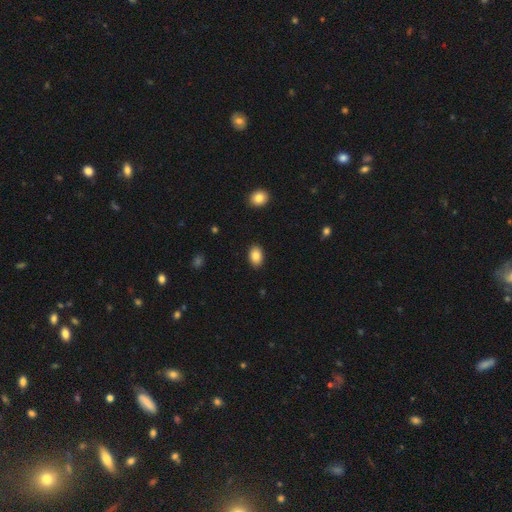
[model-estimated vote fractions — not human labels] Smooth or featured: smooth — 85% (star or artifact — 8%)
How rounded: in between — 83% (round — 16%)
Merging: none — 89% (minor disturbance — 8%)